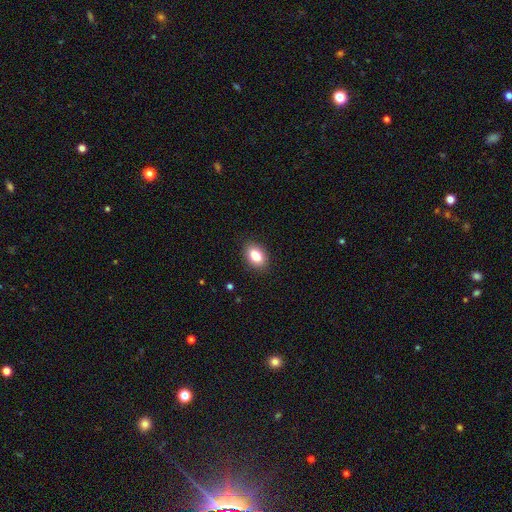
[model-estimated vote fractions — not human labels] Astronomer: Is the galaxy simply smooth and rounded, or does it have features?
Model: smooth — 83%.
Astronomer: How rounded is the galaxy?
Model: in between — 83%.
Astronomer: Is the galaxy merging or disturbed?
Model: none — 88%.